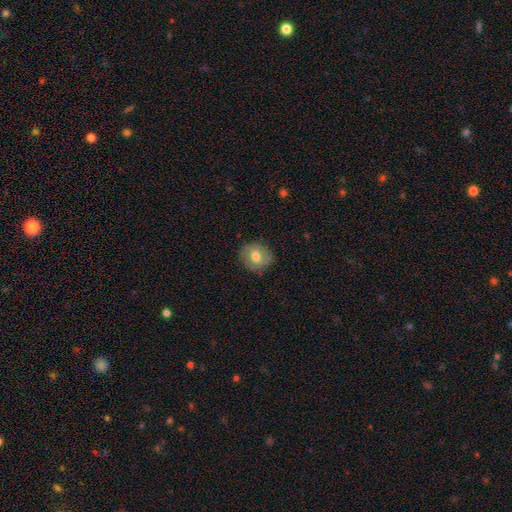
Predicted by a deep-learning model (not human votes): Q: Smooth or featured?
A: smooth (64%); runner-up: featured or disk (28%)
Q: How rounded?
A: round (72%); runner-up: in between (27%)
Q: Merging?
A: none (82%); runner-up: minor disturbance (13%)